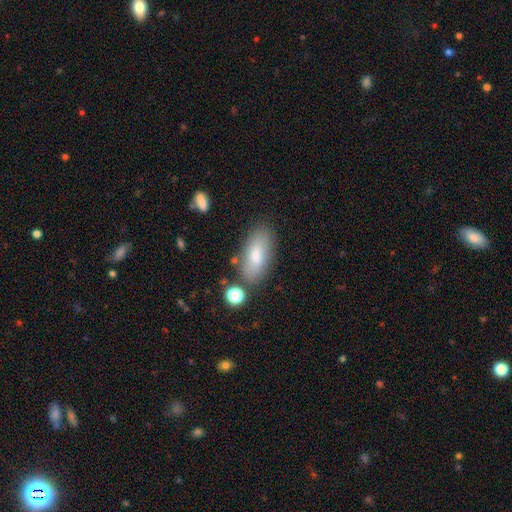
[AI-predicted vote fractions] A smooth galaxy with no disk features (77%) that is in between round and cigar-shaped (83%).

Vote fractions:
- Smooth or featured? smooth: 77% / featured or disk: 15% / star or artifact: 8%
- How rounded? in between: 83% / cigar-shaped: 14% / round: 3%
- Merging? none: 77% / minor disturbance: 14% / merger: 6% / major disturbance: 4%